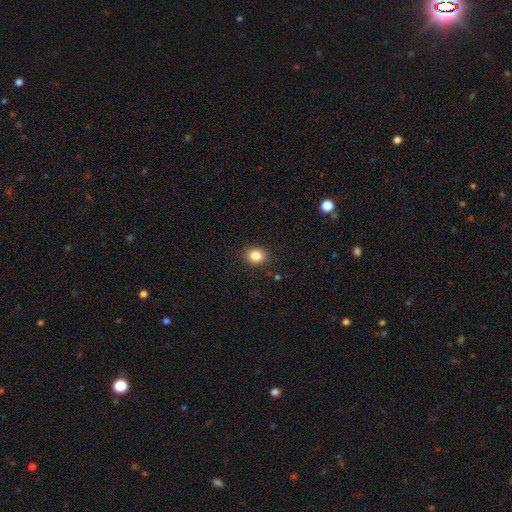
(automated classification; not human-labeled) Smooth or featured: smooth — 84% (star or artifact — 10%)
How rounded: round — 60% (in between — 39%)
Merging: none — 89% (minor disturbance — 8%)